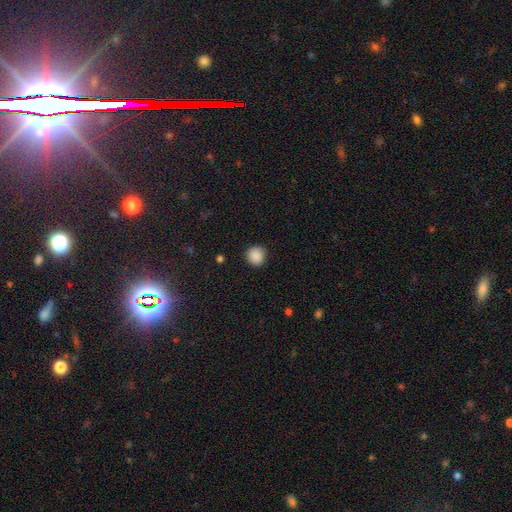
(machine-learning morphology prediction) smooth 89%, star or artifact 9%, featured or disk 3%. Down the decision tree: how rounded — round (92%); merging — none (89%).